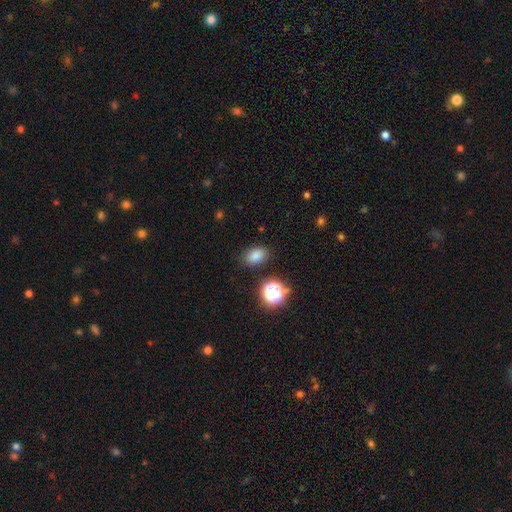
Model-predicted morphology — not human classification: Smooth or featured: smooth — 78% (star or artifact — 16%)
How rounded: in between — 71% (round — 28%)
Merging: none — 84% (minor disturbance — 11%)